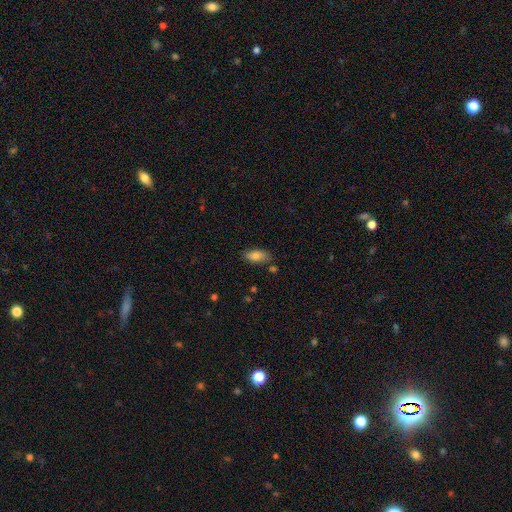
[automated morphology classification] A smooth galaxy with no disk features (80%) that is in between round and cigar-shaped (86%). Merging: none (76%).